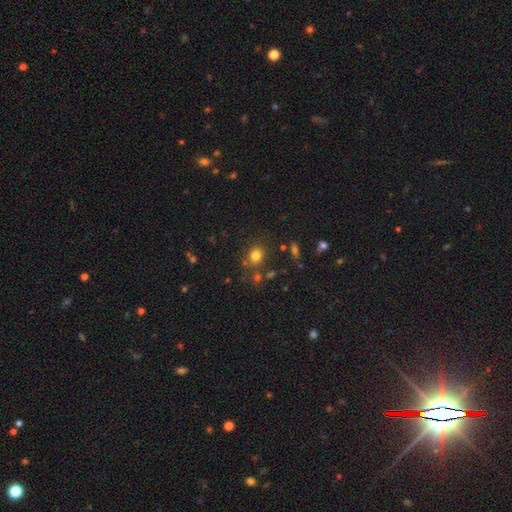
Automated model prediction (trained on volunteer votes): Q: Smooth or featured?
A: smooth (77%); runner-up: star or artifact (16%)
Q: How rounded?
A: round (66%); runner-up: in between (33%)
Q: Merging?
A: none (77%); runner-up: minor disturbance (11%)